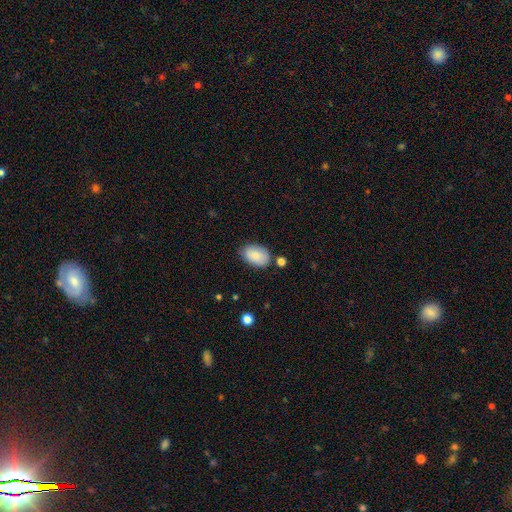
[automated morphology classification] The model was most divided on "merging": none: 69%, minor disturbance: 22%, major disturbance: 4%, merger: 4%. More confident: how rounded — in between (90%); smooth or featured — smooth (85%).